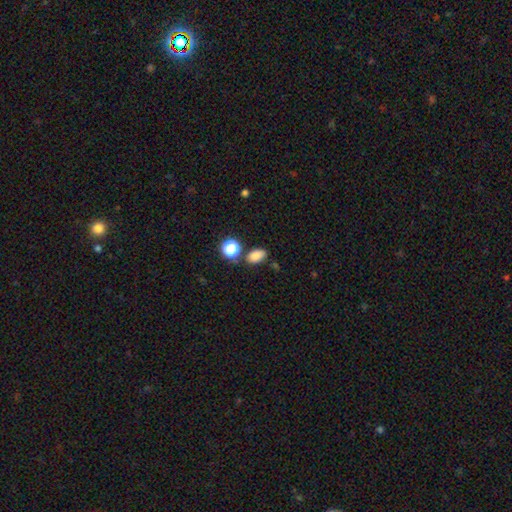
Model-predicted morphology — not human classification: type=smooth (82%); roundness=in between (85%); merging=none (74%).